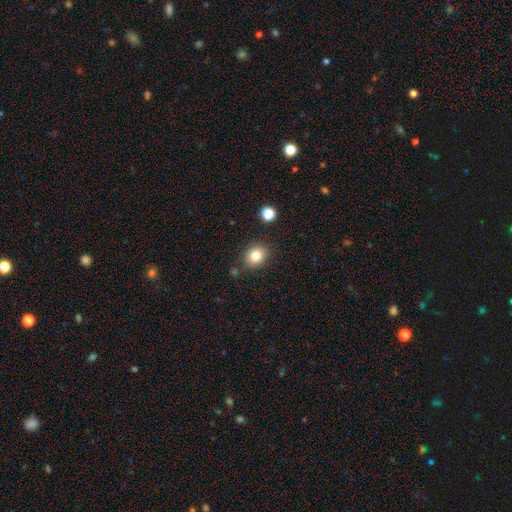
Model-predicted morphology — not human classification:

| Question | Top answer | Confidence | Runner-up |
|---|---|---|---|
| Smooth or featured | smooth | 81% | star or artifact (11%) |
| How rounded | round | 65% | in between (35%) |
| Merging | none | 82% | minor disturbance (11%) |